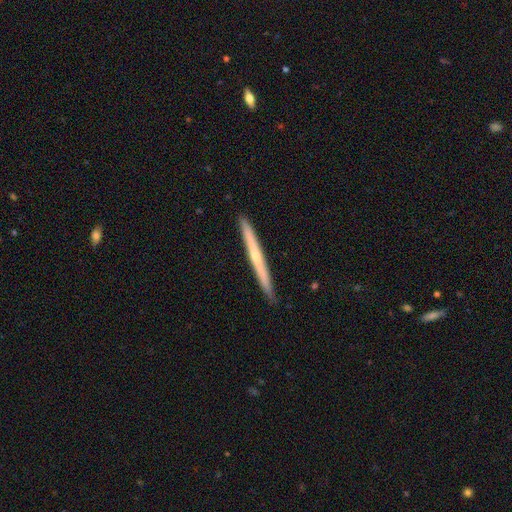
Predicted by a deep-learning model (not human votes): Smooth or featured?
  - featured or disk: 57% *
  - smooth: 38%
  - star or artifact: 5%
Edge-on disk?
  - yes: 97% *
  - no: 3%
Edge-on bulge?
  - none: 55% *
  - rounded: 42%
  - boxy: 3%
Merging?
  - none: 92% *
  - minor disturbance: 6%
  - major disturbance: 1%
  - merger: 1%